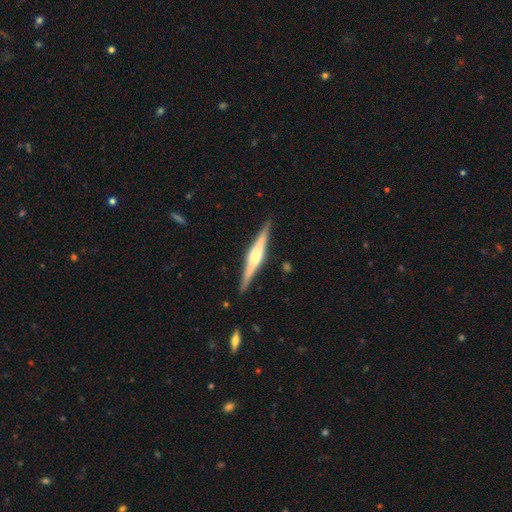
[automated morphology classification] Smooth or featured: featured or disk — 72% (smooth — 23%)
Edge-on disk: yes — 98% (no — 2%)
Edge-on bulge: rounded — 58% (boxy — 31%)
Merging: none — 90% (minor disturbance — 7%)